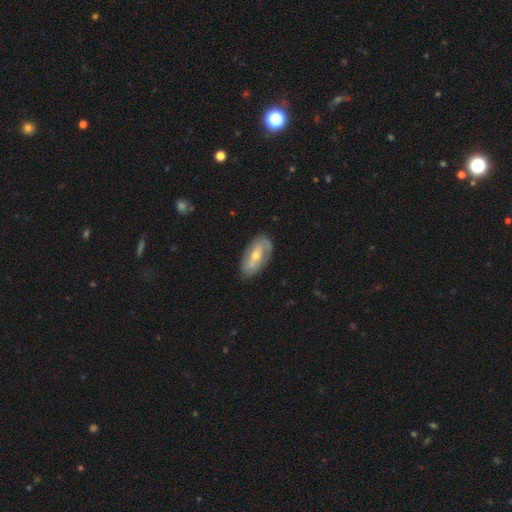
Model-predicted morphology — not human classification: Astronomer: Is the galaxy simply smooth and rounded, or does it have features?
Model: featured or disk — 65%.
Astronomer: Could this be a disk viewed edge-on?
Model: no — 89%.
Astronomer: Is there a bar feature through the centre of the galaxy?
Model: no — 44% (runner-up: weak, 36%).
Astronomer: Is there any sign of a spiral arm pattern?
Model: yes — 69%.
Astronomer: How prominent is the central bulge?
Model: moderate — 54% (runner-up: small, 43%).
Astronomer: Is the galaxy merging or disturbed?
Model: none — 78%.